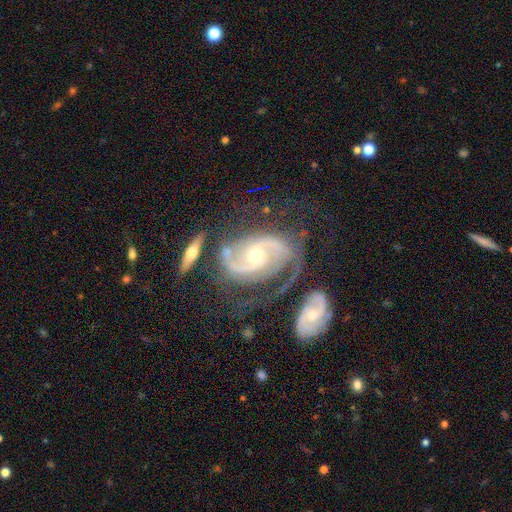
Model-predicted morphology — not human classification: The model was most divided on "bulge size": moderate: 53%, small: 43%, large: 2%, none: 1%, dominant: 1%. Remaining: spiral arms — yes (98%); edge-on disk — no (97%); smooth or featured — featured or disk (92%); spiral arm count — 2 (89%); bar — no (57%); spiral winding — medium (52%); merging — none (47%).